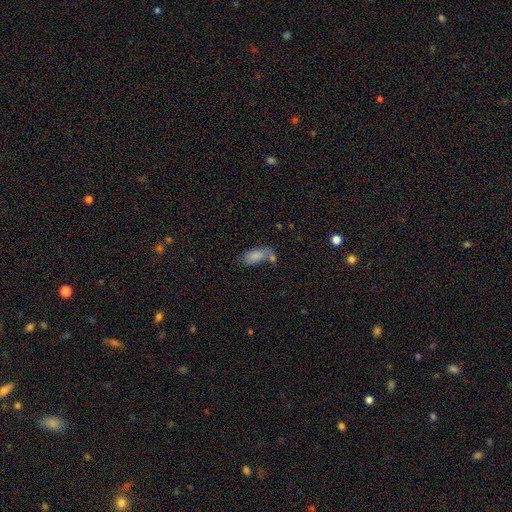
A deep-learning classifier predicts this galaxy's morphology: type=smooth (81%); roundness=in between (91%); merging=none (38%).